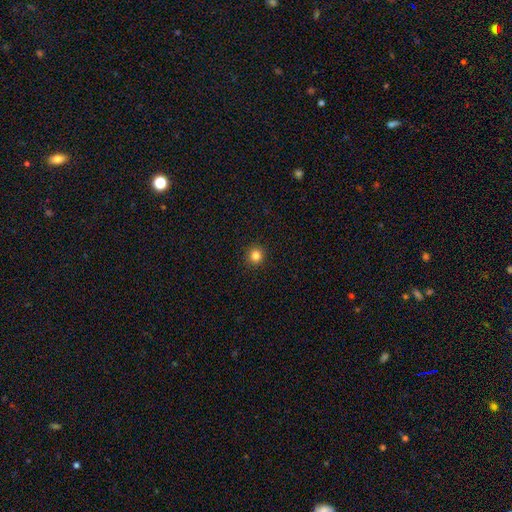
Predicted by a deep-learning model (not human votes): Smooth or featured? Predicted: smooth (p=0.83). How rounded? Predicted: round (p=0.93). Merging? Predicted: none (p=0.92).